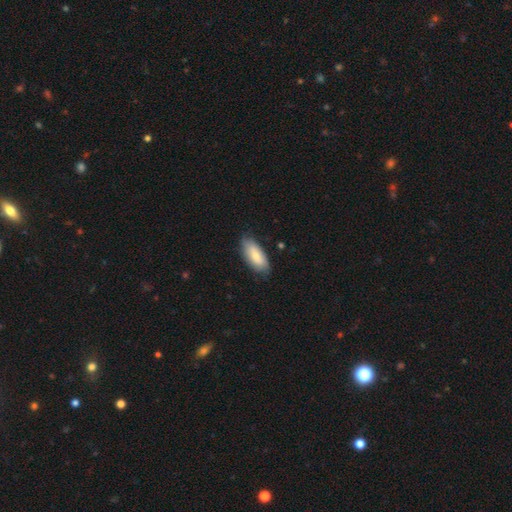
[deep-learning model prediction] Morphology: type=smooth (75%); roundness=in between (88%); merging=none (77%).